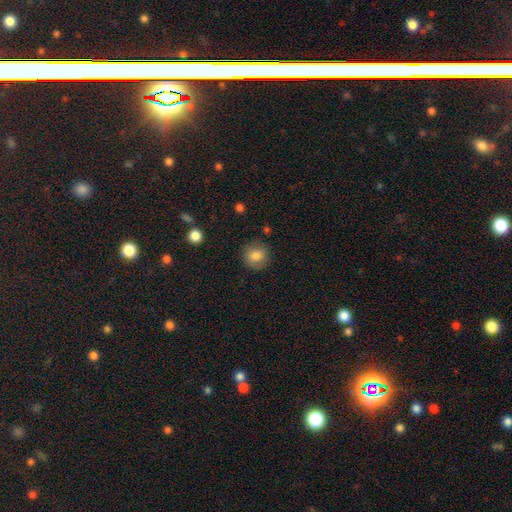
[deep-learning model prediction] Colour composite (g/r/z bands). It shows a smooth galaxy with no disk features (81%) that is round (88%). Merging: none (84%).